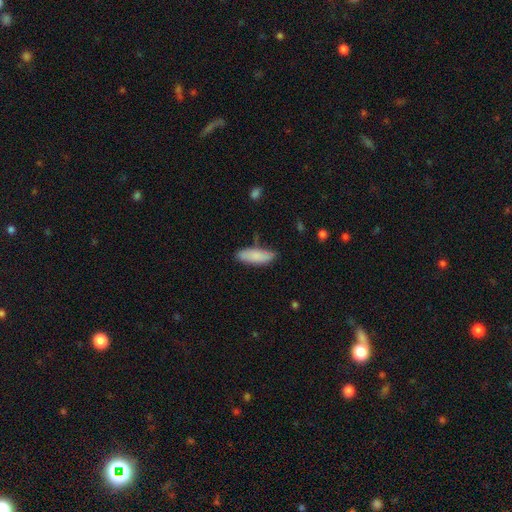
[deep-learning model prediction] smooth_or_featured: smooth (p=0.84) [alt: featured or disk p=0.11]
how_rounded: in between (p=0.60) [alt: cigar-shaped p=0.38]
merging: none (p=0.74) [alt: minor disturbance p=0.19]